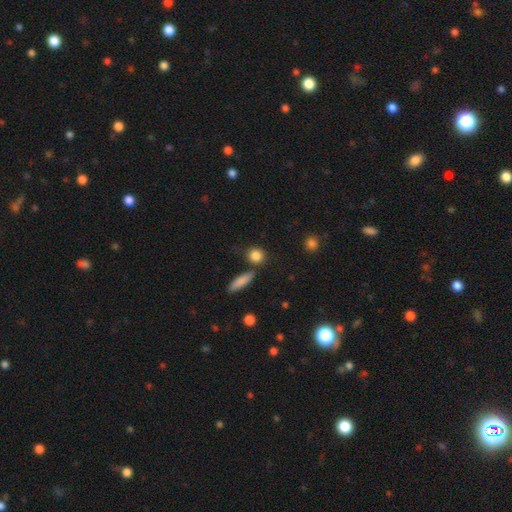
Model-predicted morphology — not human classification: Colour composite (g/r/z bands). It shows a smooth galaxy with no disk features (85%) that is round (76%). Merging: none (73%).